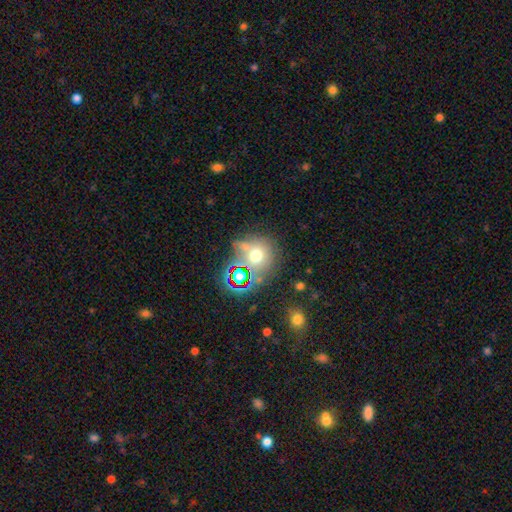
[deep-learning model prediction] The model was most divided on "smooth or featured": smooth: 59%, star or artifact: 26%, featured or disk: 15%. More confident: how rounded — round (81%); merging — none (58%).